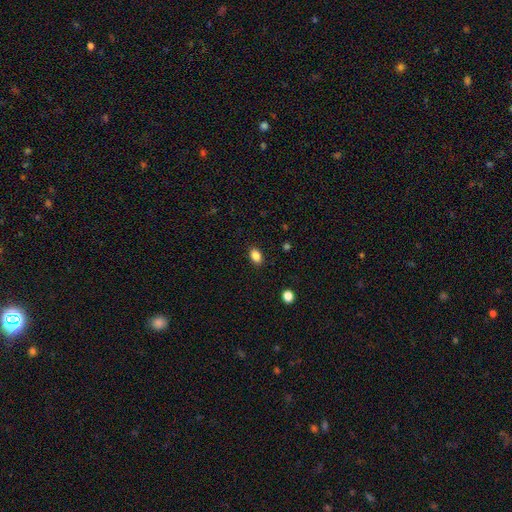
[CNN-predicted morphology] Q: Smooth or featured?
A: smooth (87%); runner-up: star or artifact (9%)
Q: How rounded?
A: in between (85%); runner-up: round (14%)
Q: Merging?
A: none (88%); runner-up: minor disturbance (9%)